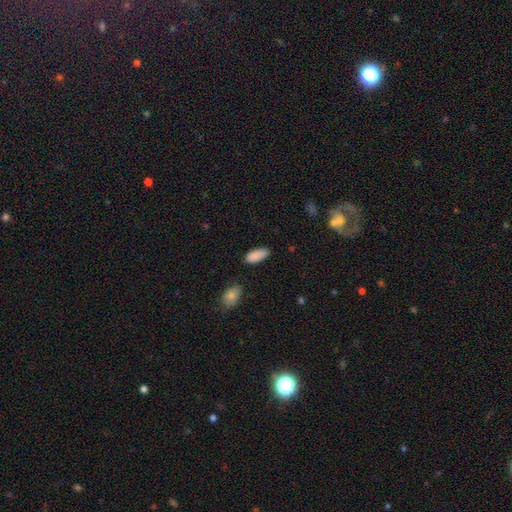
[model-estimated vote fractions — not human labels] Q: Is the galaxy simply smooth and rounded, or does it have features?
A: smooth — 89%.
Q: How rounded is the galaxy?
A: in between — 87%.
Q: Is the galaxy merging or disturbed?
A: none — 79%.